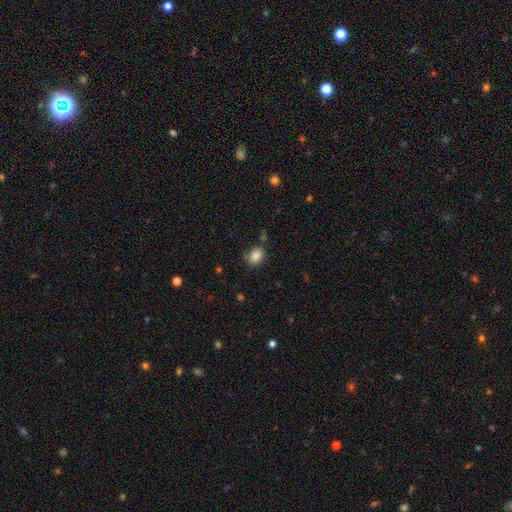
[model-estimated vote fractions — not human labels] The model was most divided on "how rounded": in between: 62%, round: 37%, cigar-shaped: 1%. More confident: smooth or featured — smooth (85%); merging — none (78%).